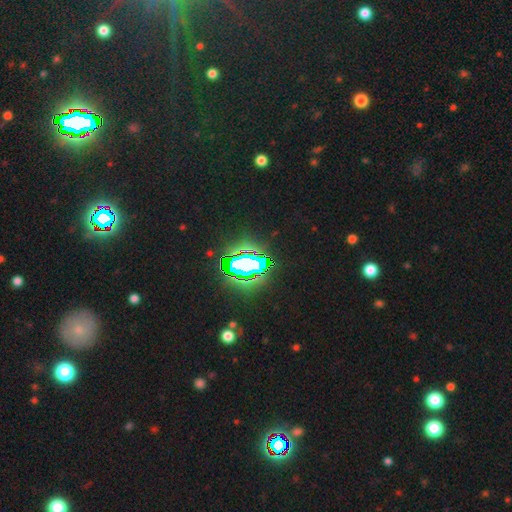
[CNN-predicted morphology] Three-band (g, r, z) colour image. It shows a star or artifact, not a galaxy (72%).